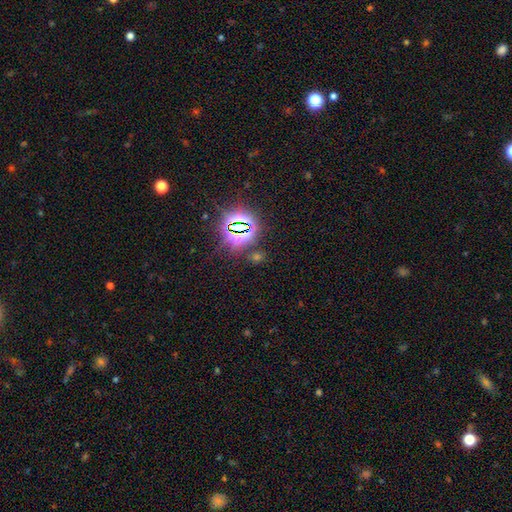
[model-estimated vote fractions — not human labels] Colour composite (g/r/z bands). It shows a star or artifact, not a galaxy (75%).